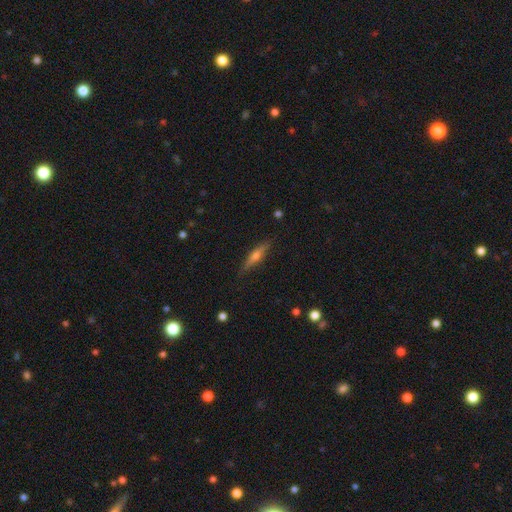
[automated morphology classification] featured or disk 60%, smooth 33%, star or artifact 7%. Down the decision tree: edge-on disk — yes (96%); edge-on bulge — rounded (88%); merging — none (87%).